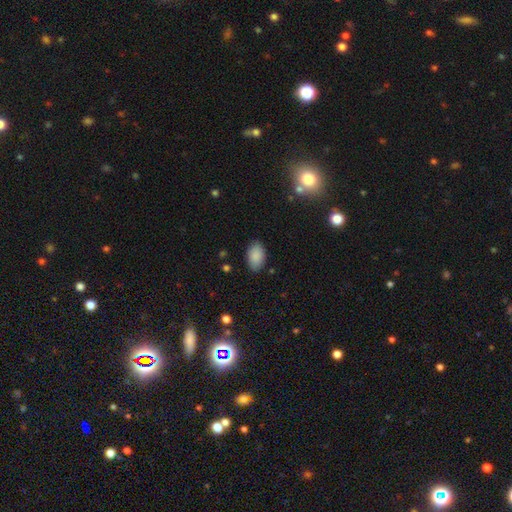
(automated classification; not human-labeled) Smooth or featured? Predicted: smooth (p=0.89). How rounded? Predicted: in between (p=0.93). Merging? Predicted: none (p=0.85).